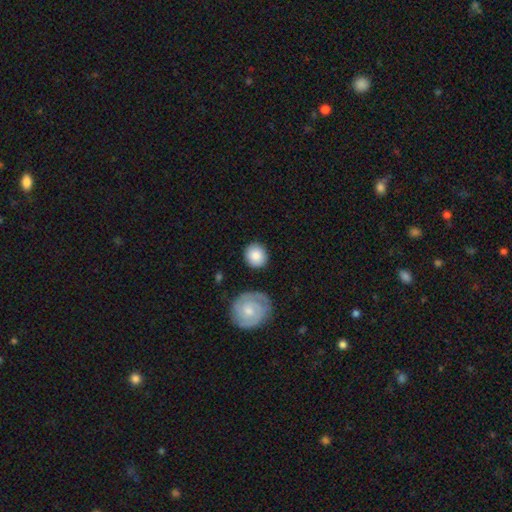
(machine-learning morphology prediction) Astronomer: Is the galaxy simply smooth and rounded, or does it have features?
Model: smooth — 83%.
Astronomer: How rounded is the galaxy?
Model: round — 88%.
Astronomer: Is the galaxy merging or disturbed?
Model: none — 84%.